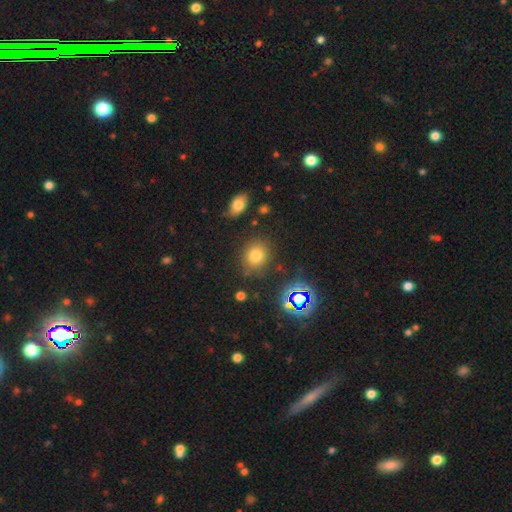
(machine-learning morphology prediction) Q: Smooth or featured?
A: smooth (74%); runner-up: star or artifact (18%)
Q: How rounded?
A: round (67%); runner-up: in between (32%)
Q: Merging?
A: none (79%); runner-up: minor disturbance (13%)